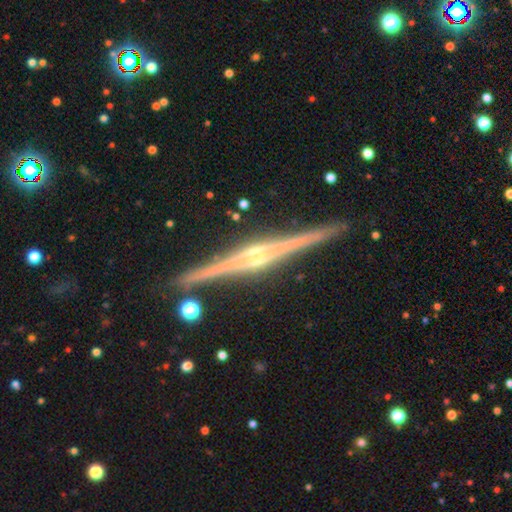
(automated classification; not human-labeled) The model was most divided on "edge-on bulge": rounded: 87%, boxy: 8%, none: 4%. More confident: edge-on disk — yes (99%); merging — none (90%); smooth or featured — featured or disk (90%).